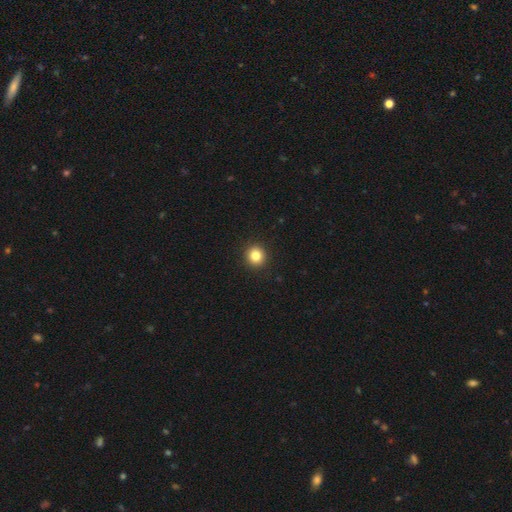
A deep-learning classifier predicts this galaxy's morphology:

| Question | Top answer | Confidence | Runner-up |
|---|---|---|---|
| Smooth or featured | smooth | 84% | star or artifact (11%) |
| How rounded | round | 91% | in between (8%) |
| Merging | none | 93% | minor disturbance (5%) |